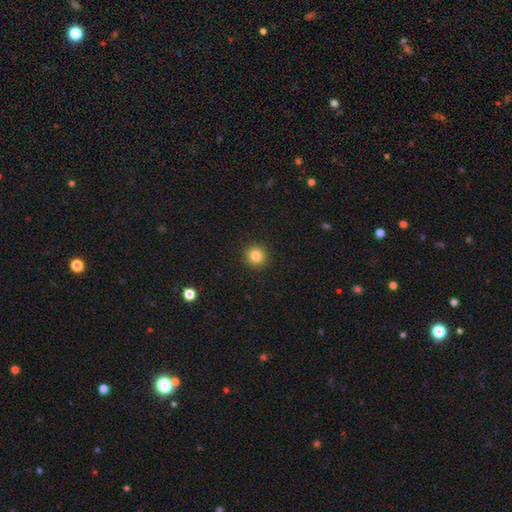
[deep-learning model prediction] Smooth or featured? Predicted: smooth (p=0.84). How rounded? Predicted: round (p=0.92). Merging? Predicted: none (p=0.92).